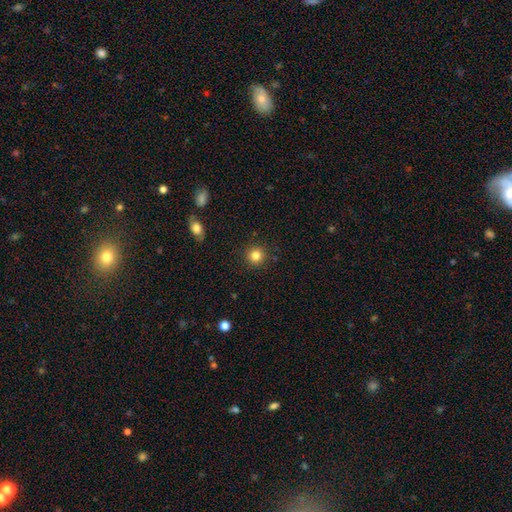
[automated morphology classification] A smooth galaxy with no disk features (83%) that is round (94%).

Vote fractions:
- Smooth or featured? smooth: 83% / star or artifact: 12% / featured or disk: 5%
- How rounded? round: 94% / in between: 5% / cigar-shaped: 1%
- Merging? none: 91% / minor disturbance: 5% / major disturbance: 2% / merger: 1%